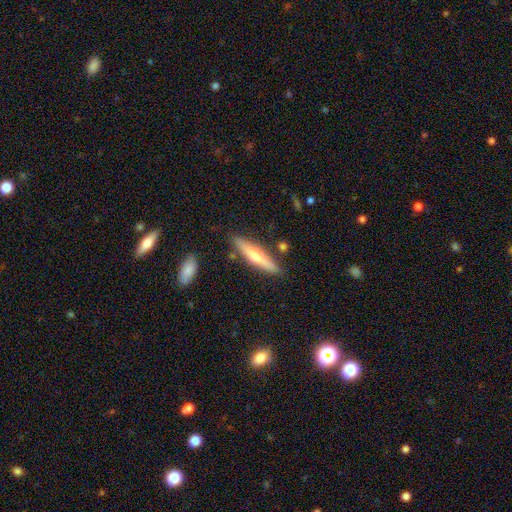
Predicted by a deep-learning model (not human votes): Smooth or featured? smooth (50%)
Merging? none (83%)